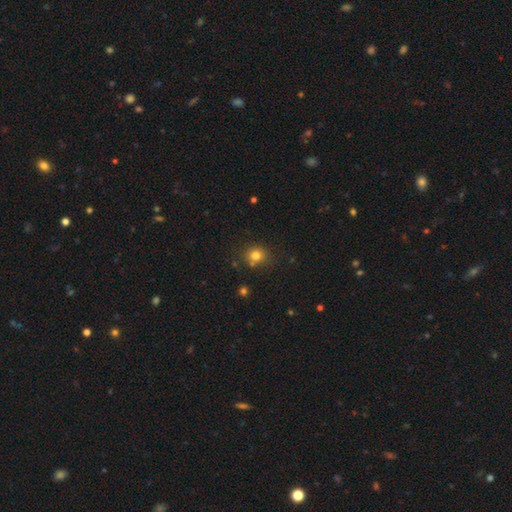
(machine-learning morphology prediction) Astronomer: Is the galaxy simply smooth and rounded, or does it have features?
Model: smooth — 78%.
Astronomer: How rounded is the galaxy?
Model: round — 79%.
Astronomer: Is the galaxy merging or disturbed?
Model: none — 74%.